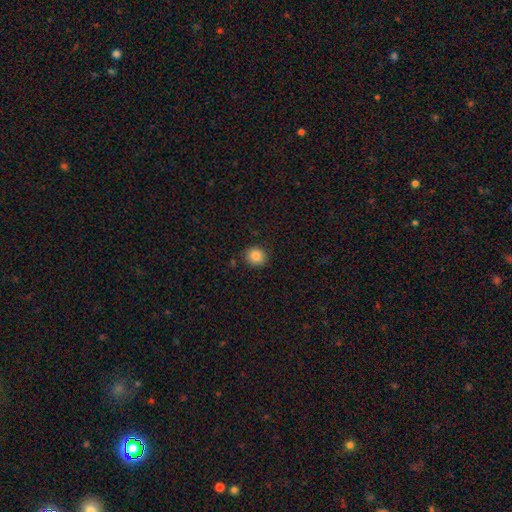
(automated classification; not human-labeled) A smooth galaxy with no disk features (86%) that is round (85%). Merging: none (87%).